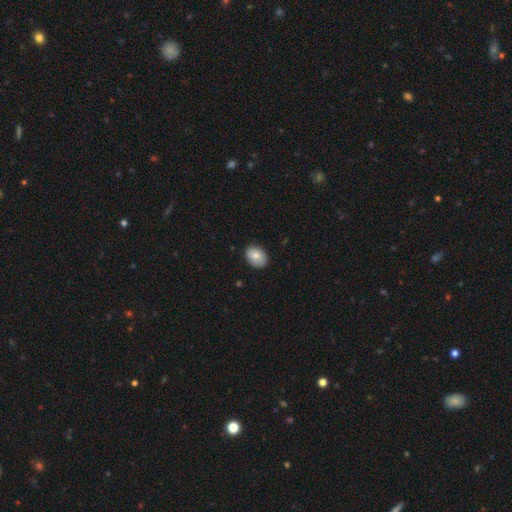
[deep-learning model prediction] The model was most divided on "how rounded": in between: 75%, round: 24%, cigar-shaped: 1%. More confident: merging — none (86%); smooth or featured — smooth (81%).